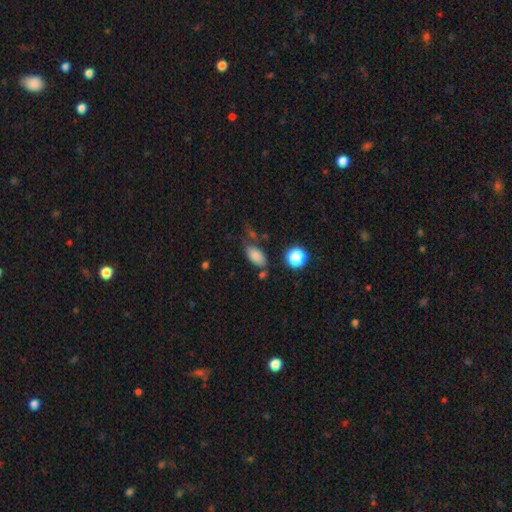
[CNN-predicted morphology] A smooth galaxy with no disk features (81%) that is in between round and cigar-shaped (89%). Merging: none (59%).